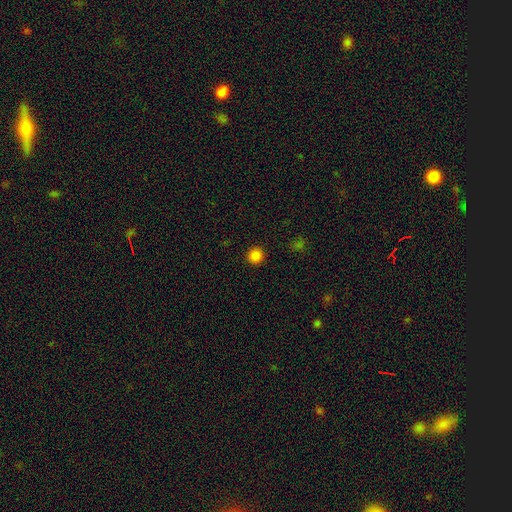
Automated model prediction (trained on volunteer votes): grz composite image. It shows a smooth galaxy with no disk features (85%) that is round (95%). Merging: none (93%).